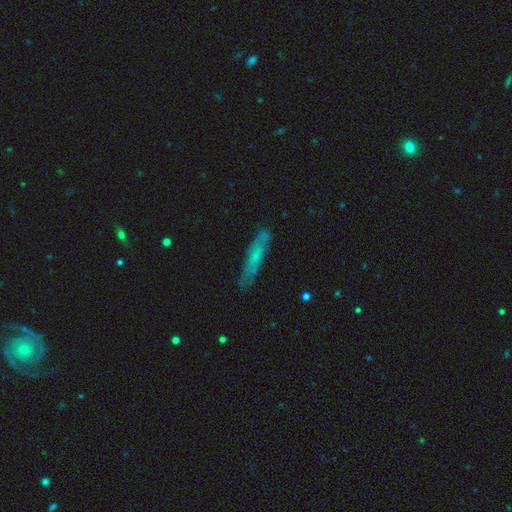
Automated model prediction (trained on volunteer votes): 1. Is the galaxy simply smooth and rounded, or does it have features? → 55% smooth, 37% featured or disk, 9% star or artifact.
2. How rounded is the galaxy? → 87% cigar-shaped, 11% in between, 2% round.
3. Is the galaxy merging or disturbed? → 77% none, 17% minor disturbance, 4% major disturbance, 2% merger.